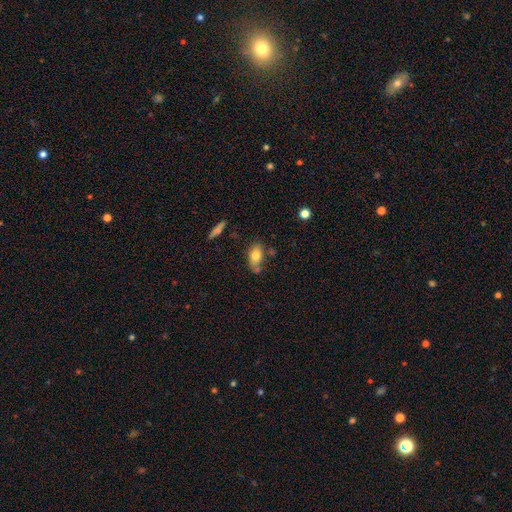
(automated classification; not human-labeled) Smooth or featured?
  - smooth: 76% *
  - featured or disk: 15%
  - star or artifact: 8%
How rounded?
  - in between: 86% *
  - round: 8%
  - cigar-shaped: 6%
Merging?
  - none: 59% *
  - minor disturbance: 22%
  - merger: 14%
  - major disturbance: 6%